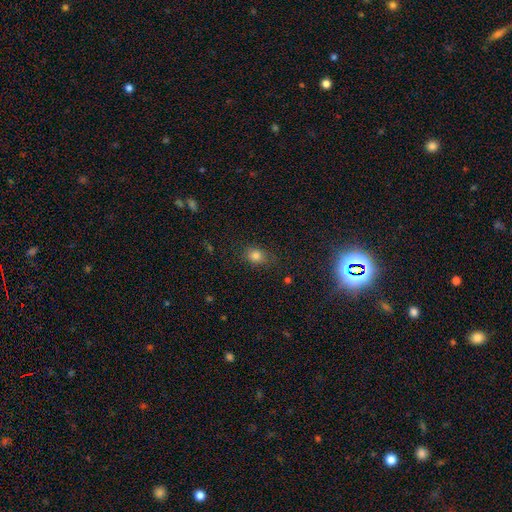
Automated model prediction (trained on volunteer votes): Smooth or featured? Predicted: smooth (p=0.80). How rounded? Predicted: in between (p=0.52). Merging? Predicted: none (p=0.77).